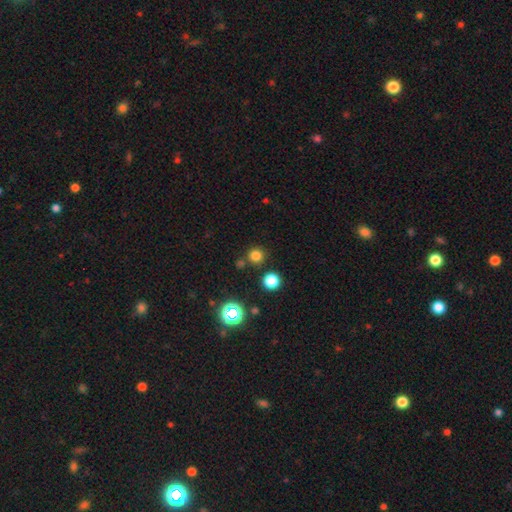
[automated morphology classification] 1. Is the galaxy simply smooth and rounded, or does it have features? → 75% smooth, 20% star or artifact, 5% featured or disk.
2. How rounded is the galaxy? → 94% round, 5% in between, 1% cigar-shaped.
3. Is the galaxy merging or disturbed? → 82% none, 9% merger, 7% minor disturbance, 3% major disturbance.